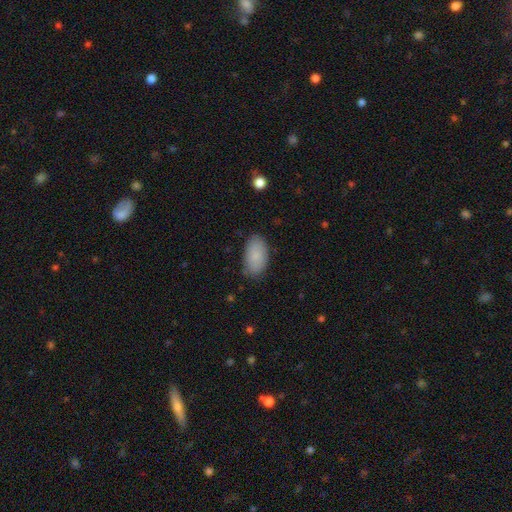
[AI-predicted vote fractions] A smooth galaxy with no disk features (85%) that is in between round and cigar-shaped (94%).

Vote fractions:
- Smooth or featured? smooth: 85% / featured or disk: 9% / star or artifact: 7%
- How rounded? in between: 94% / round: 4% / cigar-shaped: 2%
- Merging? none: 79% / minor disturbance: 16% / major disturbance: 3% / merger: 1%